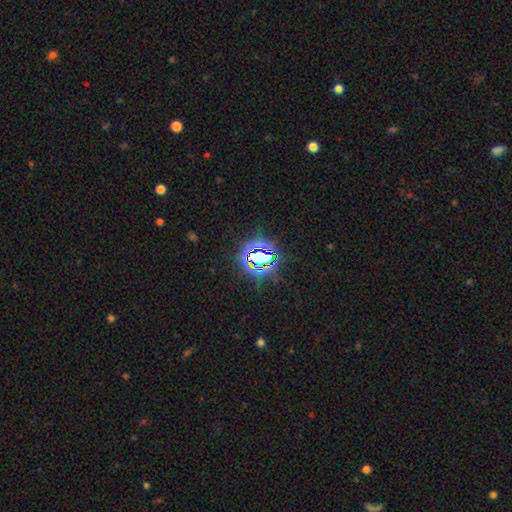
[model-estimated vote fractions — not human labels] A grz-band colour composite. It shows a star or artifact, not a galaxy (77%).